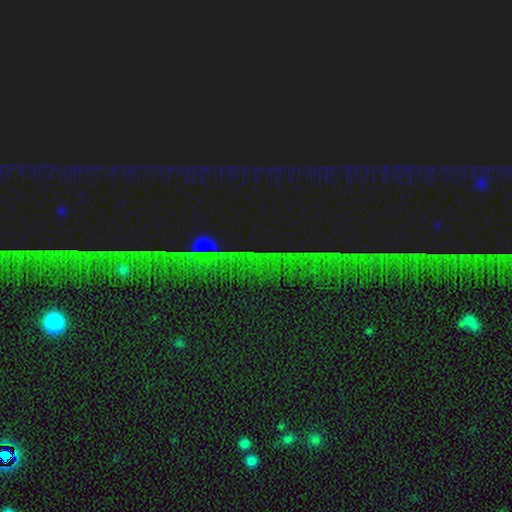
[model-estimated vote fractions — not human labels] This is clearly a star or artifact rather than a galaxy (84%).